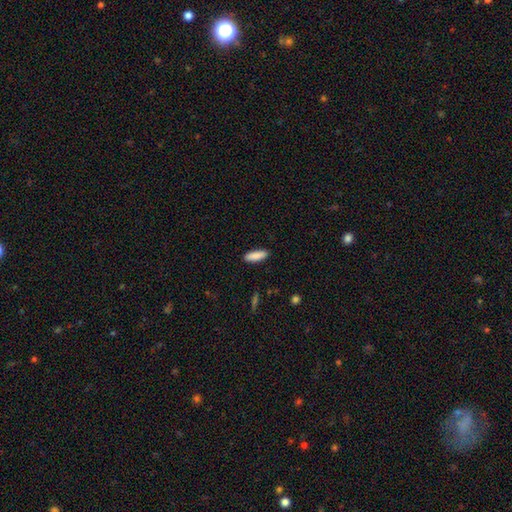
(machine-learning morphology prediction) Smooth or featured? smooth (88%)
How rounded? in between (54%)
Merging? none (89%)